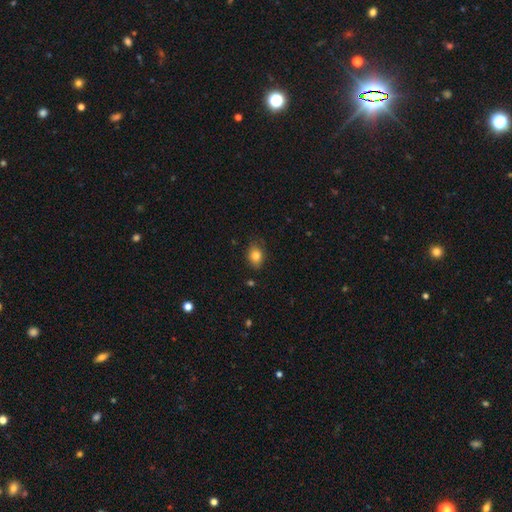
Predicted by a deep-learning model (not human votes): Smooth or featured? Predicted: smooth (p=0.83). How rounded? Predicted: in between (p=0.72). Merging? Predicted: none (p=0.79).